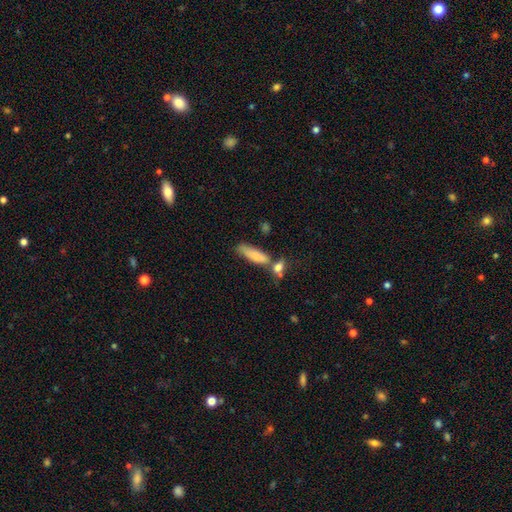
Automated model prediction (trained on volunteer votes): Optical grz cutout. It shows a smooth galaxy with no disk features (79%) that is cigar-shaped (59%). Merging: none (48%).